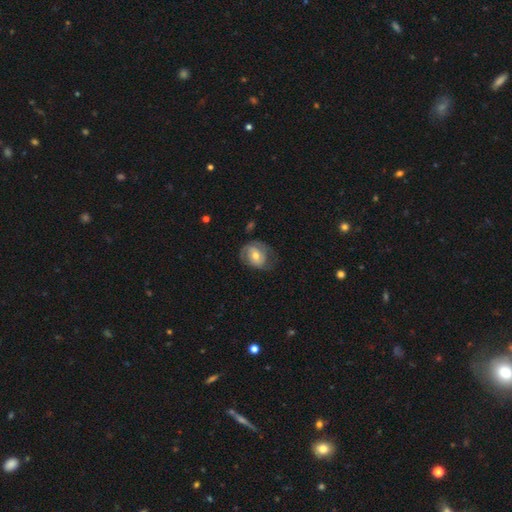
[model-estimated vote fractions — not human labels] Smooth or featured? Predicted: featured or disk (p=0.65). Edge-on disk? Predicted: no (p=0.97). Bar? Predicted: no (p=0.60). Spiral arms? Predicted: yes (p=0.80). Bulge size? Predicted: moderate (p=0.66). Merging? Predicted: none (p=0.58).